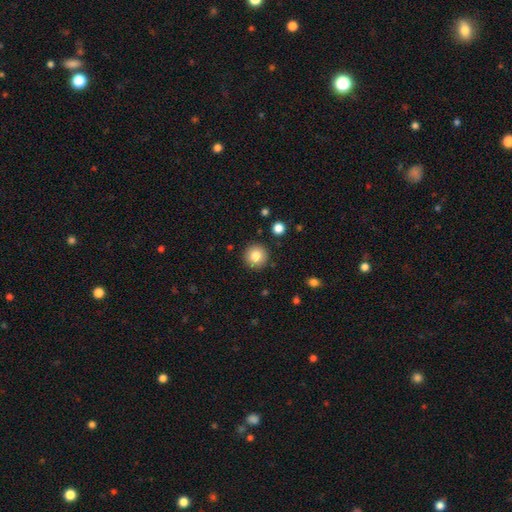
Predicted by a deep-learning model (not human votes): The model was most divided on "smooth or featured": smooth: 82%, star or artifact: 10%, featured or disk: 8%. More confident: how rounded — round (95%); merging — none (91%).